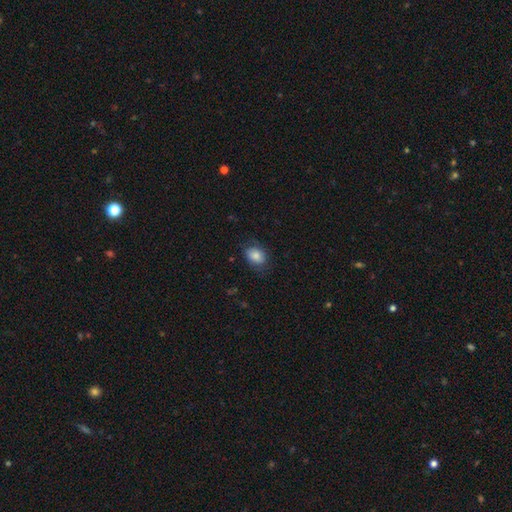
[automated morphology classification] Smooth or featured?
  - smooth: 79% *
  - featured or disk: 13%
  - star or artifact: 8%
How rounded?
  - in between: 72% *
  - round: 26%
  - cigar-shaped: 1%
Merging?
  - none: 70% *
  - minor disturbance: 21%
  - major disturbance: 8%
  - merger: 1%